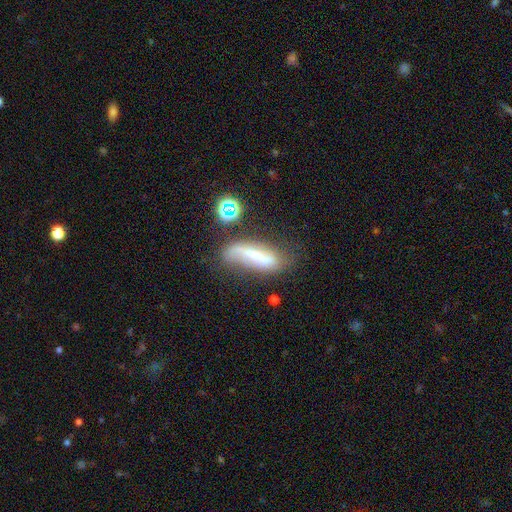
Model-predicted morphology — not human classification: A featured or disk galaxy (51%).

Vote fractions:
- Smooth or featured? featured or disk: 51% / smooth: 38% / star or artifact: 11%
- Edge-on disk? no: 75% / yes: 25%
- Merging? none: 47% / minor disturbance: 28% / major disturbance: 17% / merger: 8%